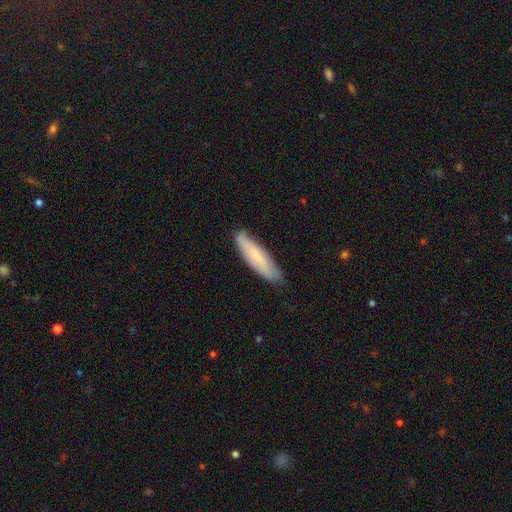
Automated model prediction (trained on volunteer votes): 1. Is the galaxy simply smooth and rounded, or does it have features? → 64% smooth, 29% featured or disk, 6% star or artifact.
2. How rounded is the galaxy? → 67% cigar-shaped, 31% in between, 1% round.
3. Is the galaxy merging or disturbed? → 79% none, 17% minor disturbance, 3% major disturbance, 1% merger.